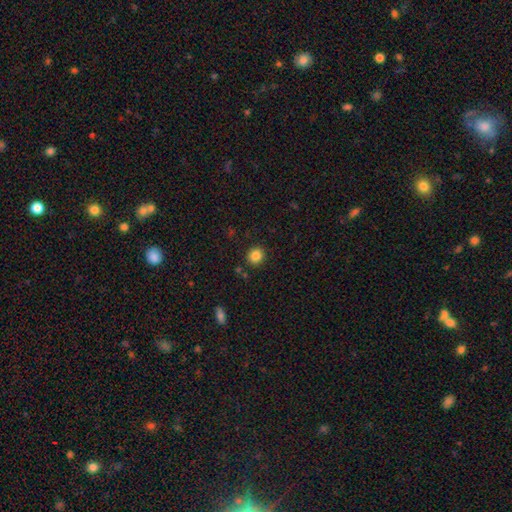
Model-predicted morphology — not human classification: A smooth galaxy with no disk features (84%) that is round (87%).

Vote fractions:
- Smooth or featured? smooth: 84% / star or artifact: 11% / featured or disk: 6%
- How rounded? round: 87% / in between: 12% / cigar-shaped: 1%
- Merging? none: 89% / minor disturbance: 6% / merger: 2% / major disturbance: 2%